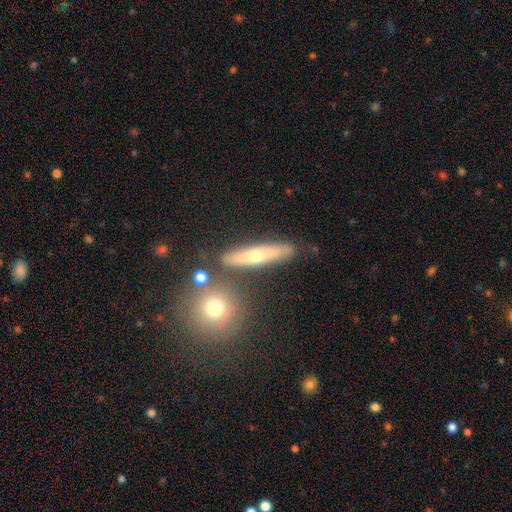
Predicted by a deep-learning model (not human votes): A smooth galaxy with no disk features (47%). Merging: none (81%).